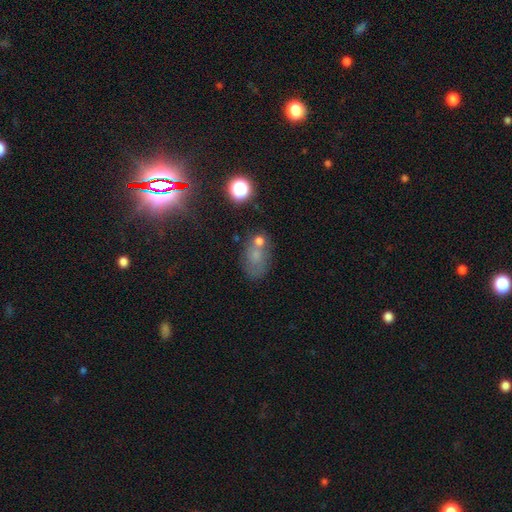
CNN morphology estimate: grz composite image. It shows a smooth galaxy with no disk features (52%) that is in between round and cigar-shaped (77%). Merging: none (46%).